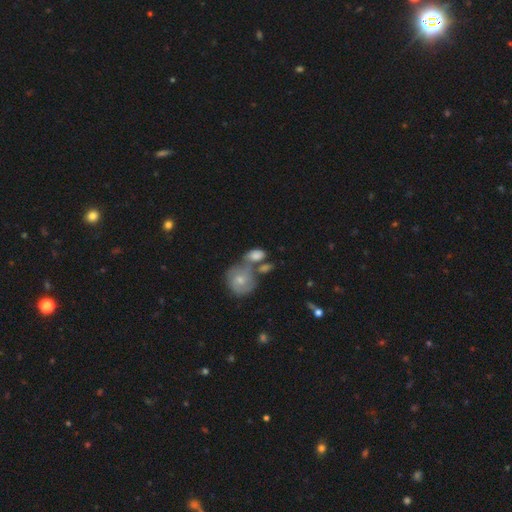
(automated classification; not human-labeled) Smooth or featured?
  - smooth: 64% *
  - featured or disk: 28%
  - star or artifact: 8%
How rounded?
  - in between: 74% *
  - round: 23%
  - cigar-shaped: 3%
Merging?
  - merger: 46% *
  - none: 31%
  - minor disturbance: 15%
  - major disturbance: 8%